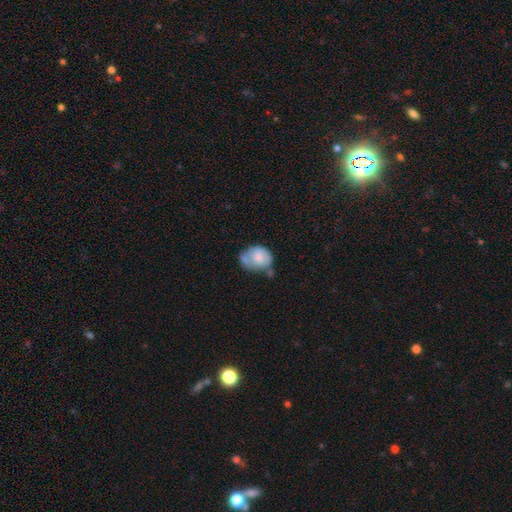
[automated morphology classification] Overall: smooth (69%). How rounded: in between (60%; round 39%). Merging: merger (31%; none 29%).